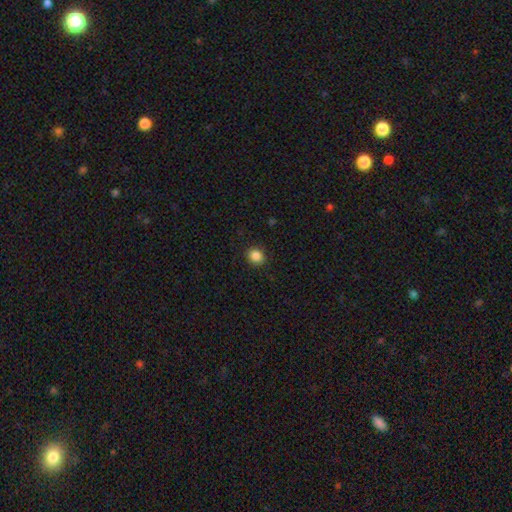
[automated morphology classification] smooth 86%, star or artifact 10%, featured or disk 3%. Down the decision tree: how rounded — round (81%); merging — none (91%).